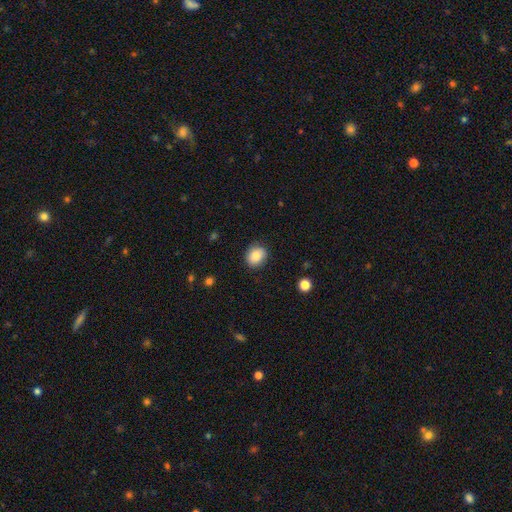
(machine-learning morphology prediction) This is clearly a smooth galaxy (85%). How rounded: likely round (63%). Merging: clearly none (86%).